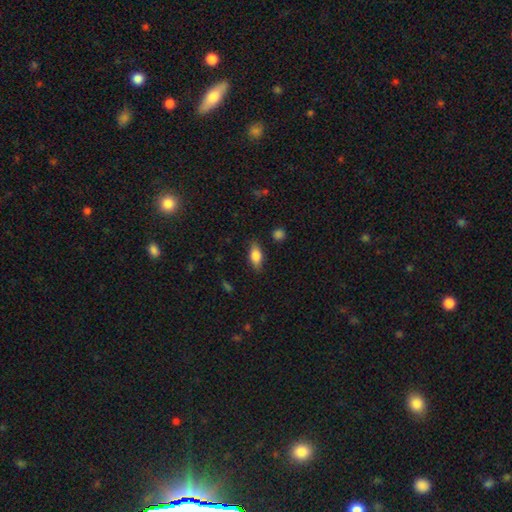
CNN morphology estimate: This is likely a smooth galaxy (73%). How rounded: clearly in between (81%). Merging: clearly none (83%).